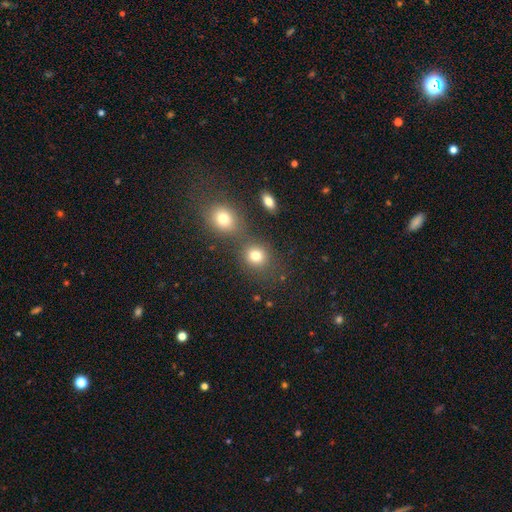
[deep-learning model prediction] Morphology: type=smooth (79%); roundness=round (77%); merging=none (67%).